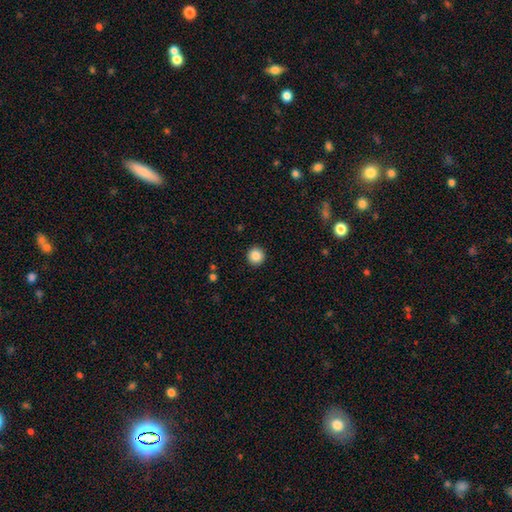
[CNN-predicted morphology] Smooth or featured: smooth — 86% (star or artifact — 10%)
How rounded: round — 95% (in between — 4%)
Merging: none — 93% (minor disturbance — 4%)